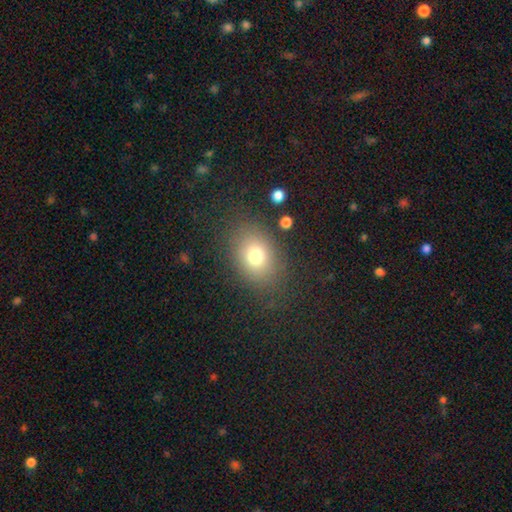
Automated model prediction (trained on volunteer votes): Smooth or featured? smooth (74%)
How rounded? in between (62%)
Merging? none (78%)